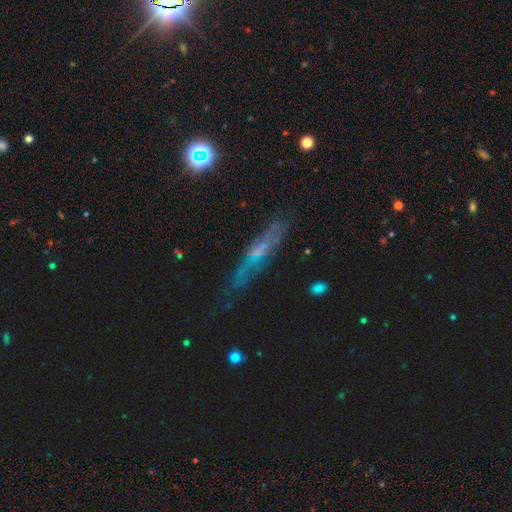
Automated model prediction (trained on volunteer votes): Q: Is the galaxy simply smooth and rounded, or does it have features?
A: featured or disk — 57%.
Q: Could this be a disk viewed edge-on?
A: yes — 66%.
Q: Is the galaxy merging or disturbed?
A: none — 71%.